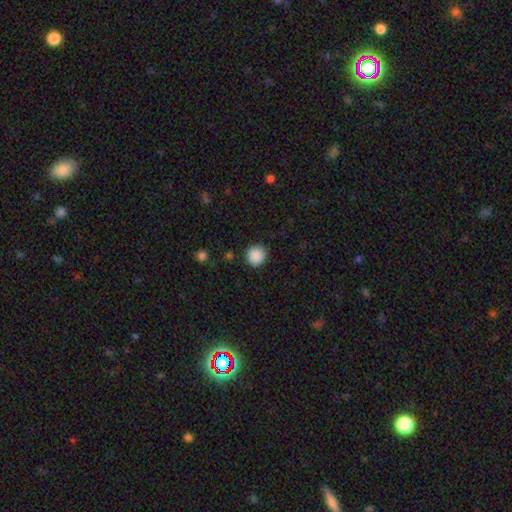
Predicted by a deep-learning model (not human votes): smooth 89%, star or artifact 9%, featured or disk 3%. Down the decision tree: how rounded — round (93%); merging — none (89%).